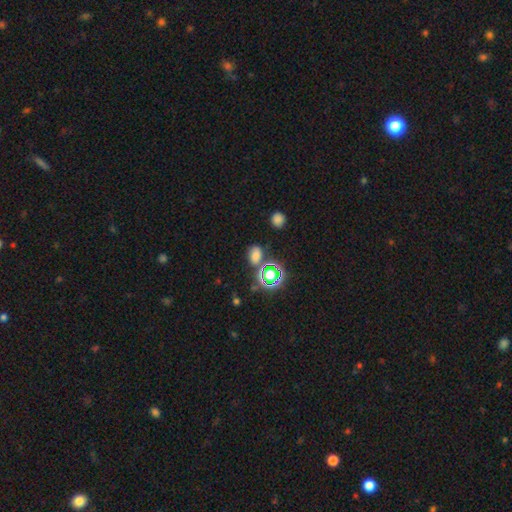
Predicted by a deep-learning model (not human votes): Smooth or featured? Predicted: smooth (p=0.60). How rounded? Predicted: in between (p=0.70). Merging? Predicted: none (p=0.71).